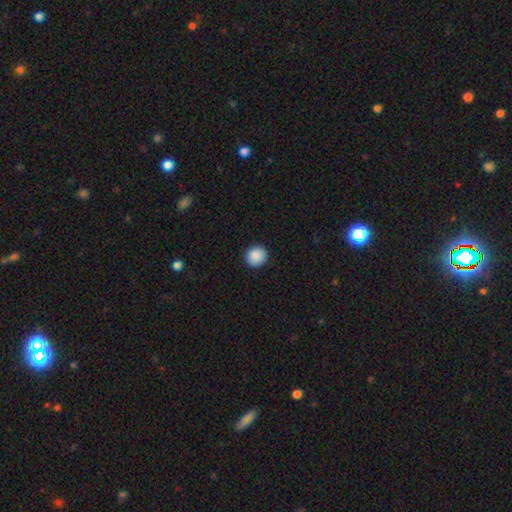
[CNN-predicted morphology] Q: Smooth or featured?
A: smooth (89%); runner-up: star or artifact (8%)
Q: How rounded?
A: round (92%); runner-up: in between (7%)
Q: Merging?
A: none (92%); runner-up: minor disturbance (5%)